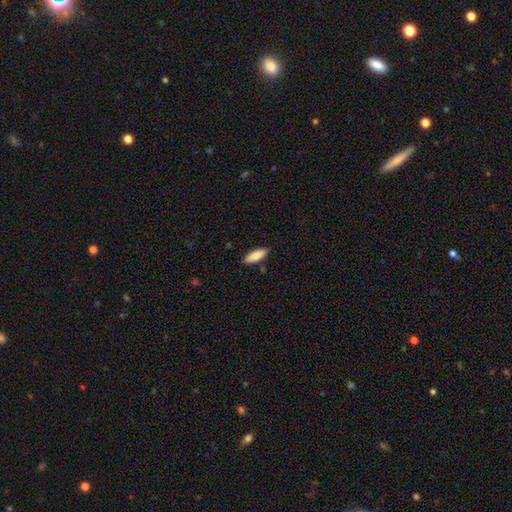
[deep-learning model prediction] smooth-or-featured: smooth: 84% | featured or disk: 10% | star or artifact: 6%
  how-rounded: in between: 74% | cigar-shaped: 24% | round: 2%
  merging: none: 84% | minor disturbance: 12% | merger: 2% | major disturbance: 2%